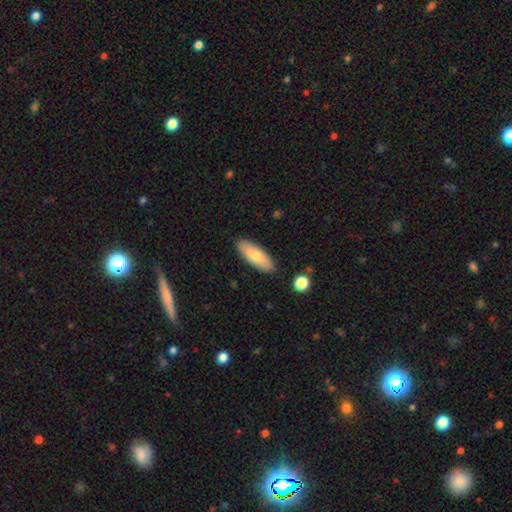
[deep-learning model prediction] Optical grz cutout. It shows a smooth galaxy with no disk features (74%) that is in between round and cigar-shaped (69%). Merging: none (88%).